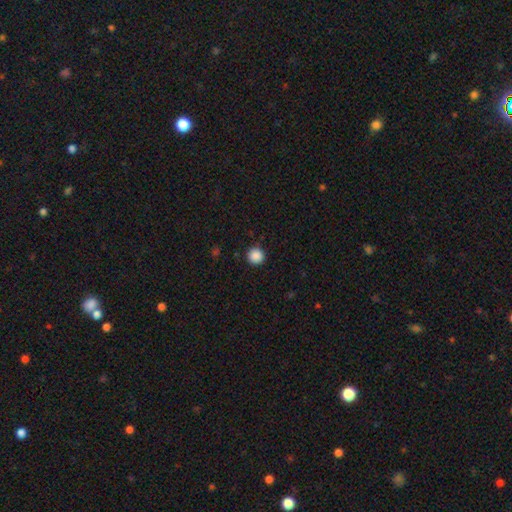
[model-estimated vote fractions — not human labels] Smooth or featured: smooth — 88% (star or artifact — 10%)
How rounded: round — 95% (in between — 4%)
Merging: none — 92% (minor disturbance — 5%)